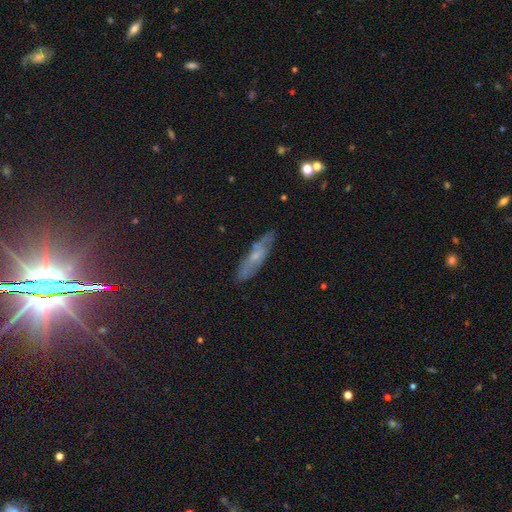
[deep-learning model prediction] Smooth or featured? featured or disk (48%)
Merging? none (71%)